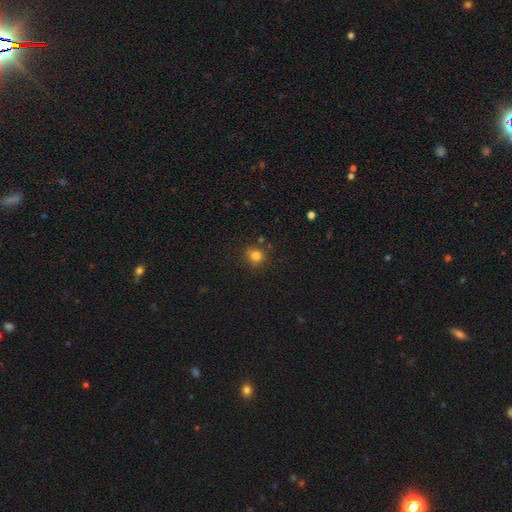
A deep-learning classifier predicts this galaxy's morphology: smooth-or-featured: smooth: 80% | star or artifact: 13% | featured or disk: 6%
  how-rounded: round: 84% | in between: 15% | cigar-shaped: 1%
  merging: none: 78% | minor disturbance: 14% | merger: 5% | major disturbance: 3%